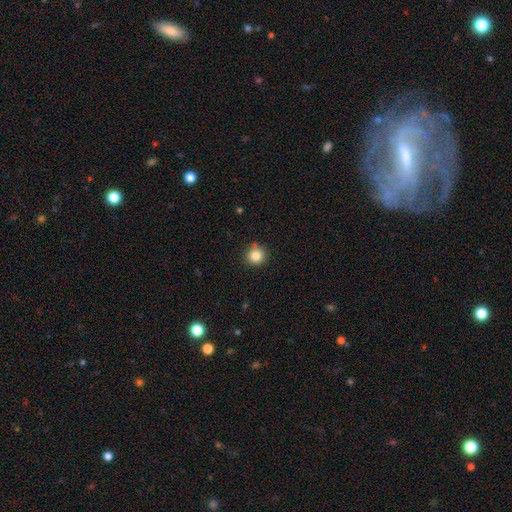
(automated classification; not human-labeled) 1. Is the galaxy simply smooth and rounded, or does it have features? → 84% smooth, 11% star or artifact, 5% featured or disk.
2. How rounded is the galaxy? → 94% round, 5% in between, 1% cigar-shaped.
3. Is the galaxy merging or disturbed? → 88% none, 8% minor disturbance, 2% major disturbance, 2% merger.